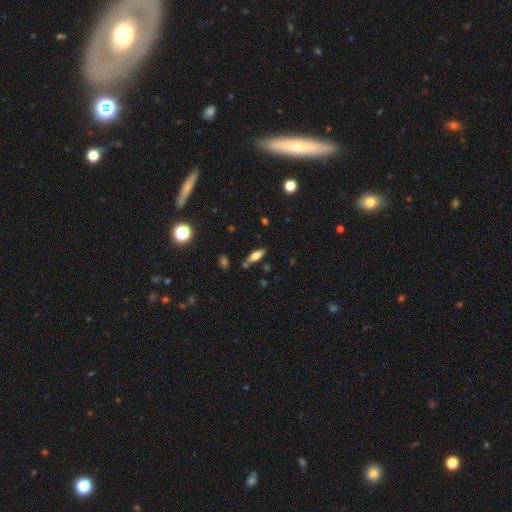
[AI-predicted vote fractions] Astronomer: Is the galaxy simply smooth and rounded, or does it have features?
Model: smooth — 59%.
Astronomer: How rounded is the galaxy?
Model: in between — 56% (runner-up: cigar-shaped, 41%).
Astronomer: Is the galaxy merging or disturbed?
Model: none — 75%.